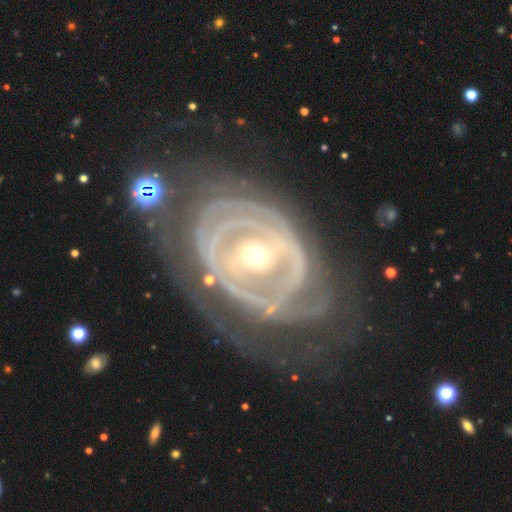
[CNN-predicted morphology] type=featured or disk (87%); edge-on=no (96%); bar=no (44%); spiral arms=yes (81%); winding=tight (63%); arm count=2 (38%); bulge=moderate (56%); merging=none (44%).